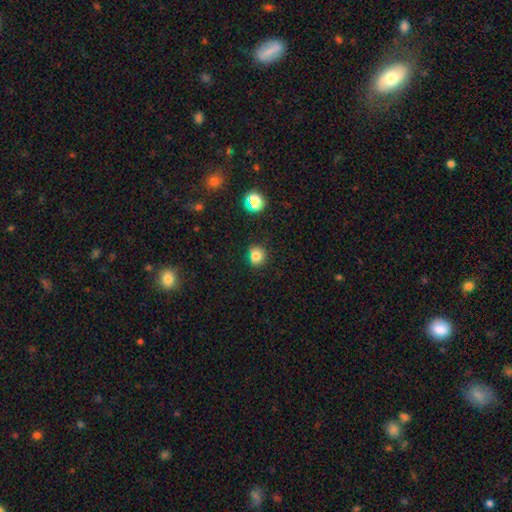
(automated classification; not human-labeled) smooth-or-featured: smooth: 79% | star or artifact: 14% | featured or disk: 7%
  how-rounded: round: 81% | in between: 18% | cigar-shaped: 1%
  merging: none: 79% | minor disturbance: 14% | merger: 4% | major disturbance: 3%